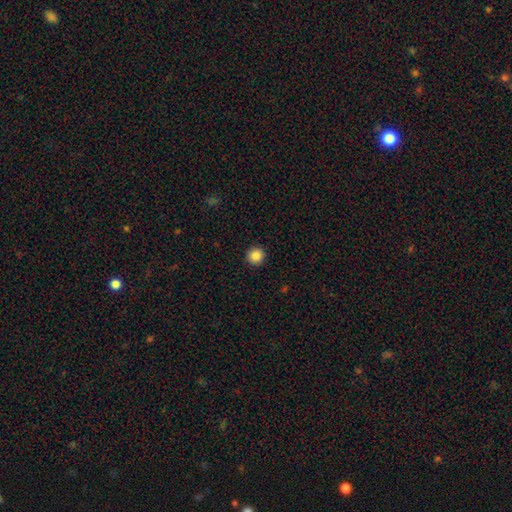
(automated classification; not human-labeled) A smooth galaxy with no disk features (86%) that is round (95%).

Vote fractions:
- Smooth or featured? smooth: 86% / star or artifact: 10% / featured or disk: 4%
- How rounded? round: 95% / in between: 4% / cigar-shaped: 1%
- Merging? none: 93% / minor disturbance: 5% / major disturbance: 2% / merger: 1%